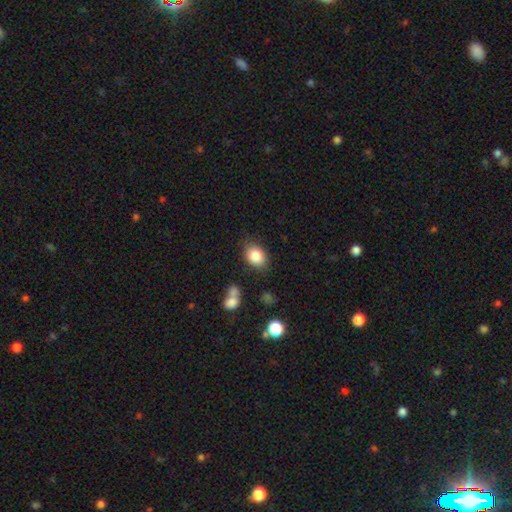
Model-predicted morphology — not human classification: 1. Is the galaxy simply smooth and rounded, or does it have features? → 84% smooth, 8% star or artifact, 7% featured or disk.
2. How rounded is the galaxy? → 67% in between, 32% round, 1% cigar-shaped.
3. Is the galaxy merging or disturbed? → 79% none, 14% minor disturbance, 4% major disturbance, 3% merger.